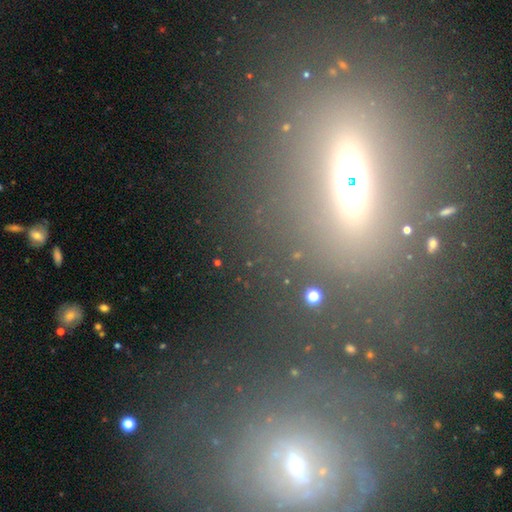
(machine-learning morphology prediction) A smooth galaxy with no disk features (35%). Merging: none (66%).